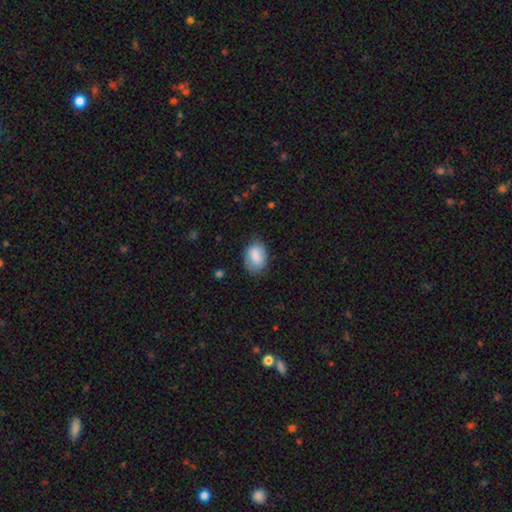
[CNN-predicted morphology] The model was most divided on "merging": none: 74%, minor disturbance: 20%, major disturbance: 5%, merger: 1%. More confident: smooth or featured — smooth (80%); how rounded — in between (79%).